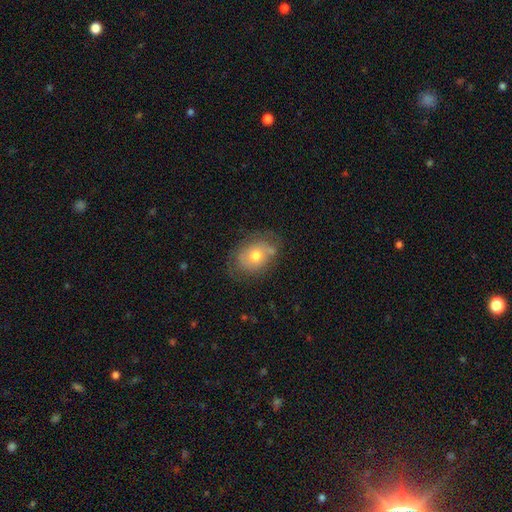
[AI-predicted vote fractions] This appears to be a smooth galaxy with no disk features (56%) that is in between round and cigar-shaped (61%). Merging: none (63%).